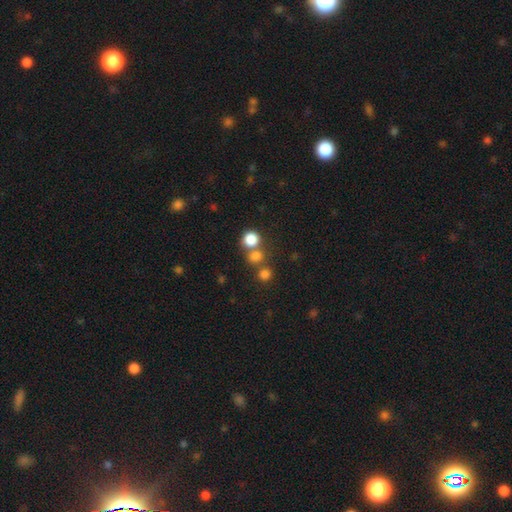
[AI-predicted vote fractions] Smooth or featured? smooth (77%)
How rounded? round (88%)
Merging? none (61%)